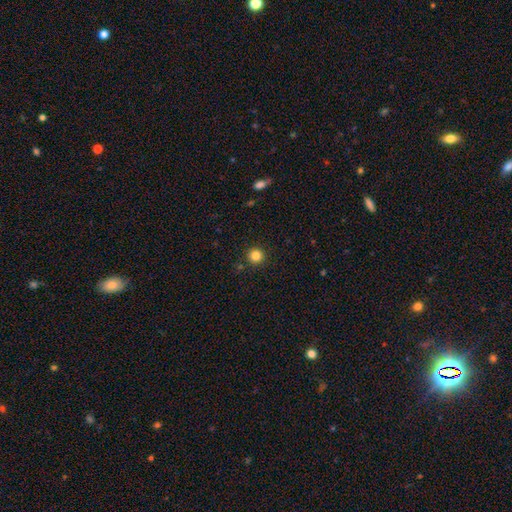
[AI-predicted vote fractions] smooth_or_featured: smooth (p=0.83) [alt: star or artifact p=0.13]
how_rounded: round (p=0.96) [alt: in between p=0.03]
merging: none (p=0.91) [alt: minor disturbance p=0.05]